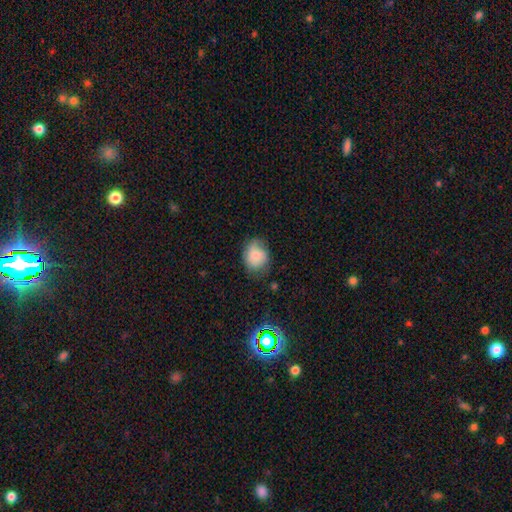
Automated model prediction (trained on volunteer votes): A smooth galaxy with no disk features (75%) that is round (53%).

Vote fractions:
- Smooth or featured? smooth: 75% / featured or disk: 16% / star or artifact: 9%
- How rounded? round: 53% / in between: 46% / cigar-shaped: 1%
- Merging? none: 59% / minor disturbance: 30% / major disturbance: 9% / merger: 2%